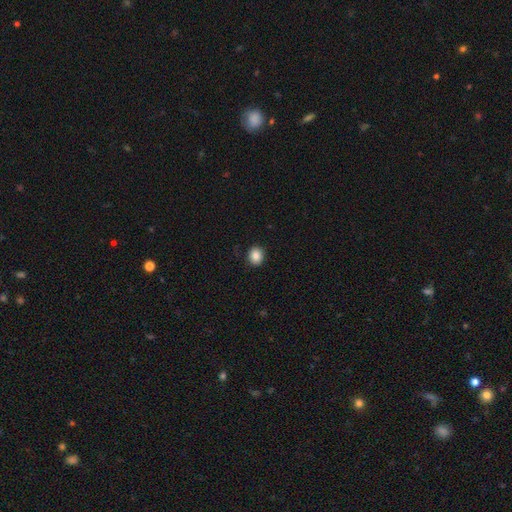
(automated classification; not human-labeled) Morphology: type=smooth (86%); roundness=round (73%); merging=none (90%).